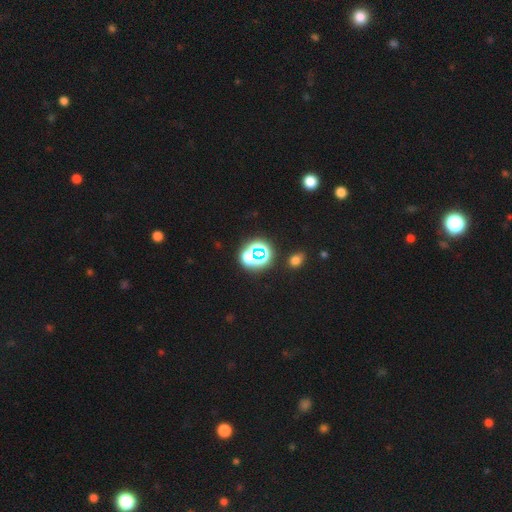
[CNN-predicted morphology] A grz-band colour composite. It shows a star or artifact, not a galaxy (60%).